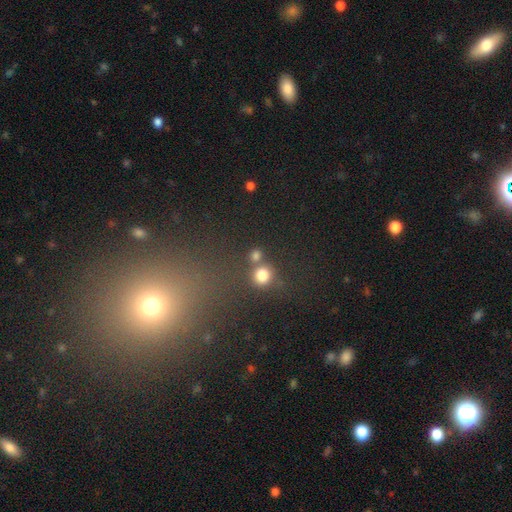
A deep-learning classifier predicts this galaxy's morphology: This is likely a smooth galaxy (78%). How rounded: clearly round (89%). Merging: likely none (66%).